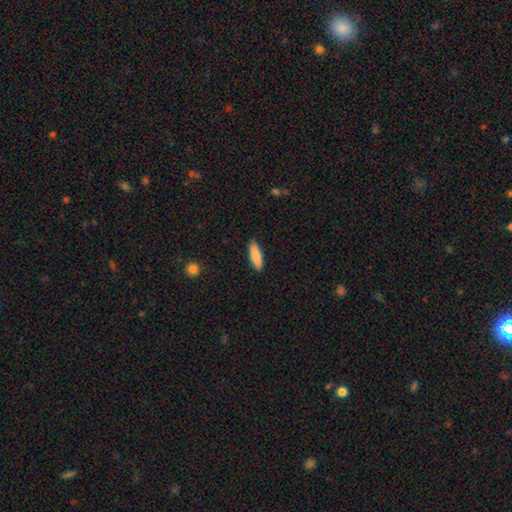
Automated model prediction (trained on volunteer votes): A smooth galaxy with no disk features (87%) that is cigar-shaped (51%).

Vote fractions:
- Smooth or featured? smooth: 87% / featured or disk: 7% / star or artifact: 6%
- How rounded? cigar-shaped: 51% / in between: 47% / round: 2%
- Merging? none: 89% / minor disturbance: 8% / major disturbance: 2% / merger: 1%